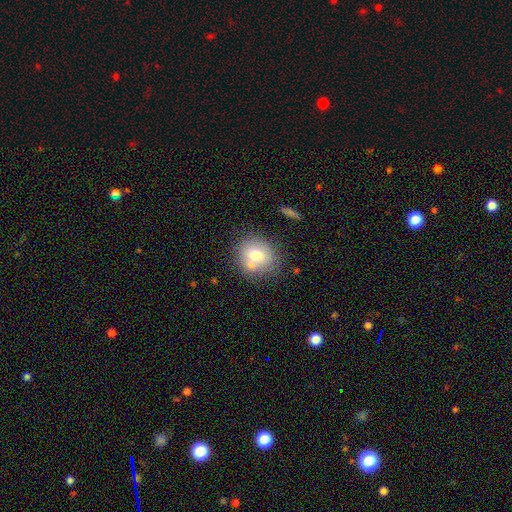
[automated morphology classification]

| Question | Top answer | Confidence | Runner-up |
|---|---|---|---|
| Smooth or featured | smooth | 70% | featured or disk (20%) |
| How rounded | round | 71% | in between (28%) |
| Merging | none | 60% | merger (21%) |